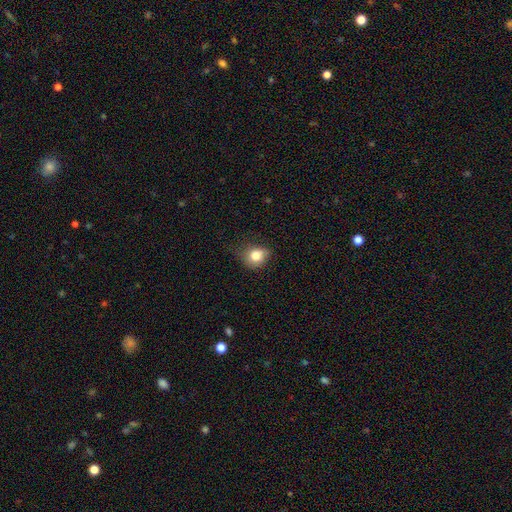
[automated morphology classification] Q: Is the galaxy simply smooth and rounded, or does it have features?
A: smooth — 81%.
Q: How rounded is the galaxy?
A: round — 65%.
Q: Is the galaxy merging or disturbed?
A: none — 54%.